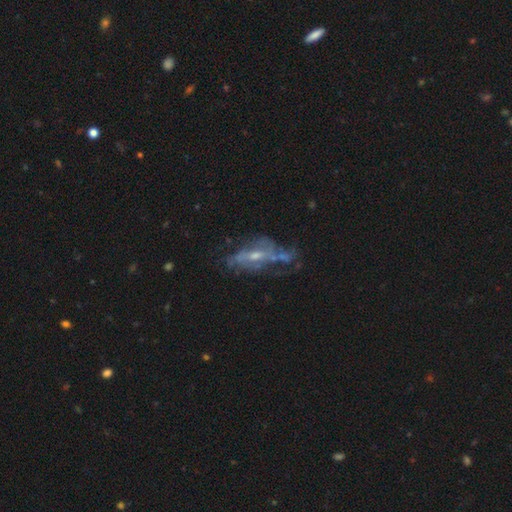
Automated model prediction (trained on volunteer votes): Q: Smooth or featured?
A: featured or disk (71%); runner-up: smooth (18%)
Q: Edge-on disk?
A: no (85%); runner-up: yes (15%)
Q: Bar?
A: no (51%); runner-up: weak (35%)
Q: Spiral arms?
A: yes (50%); tied with: no (50%)
Q: Bulge size?
A: moderate (47%); runner-up: small (44%)
Q: Merging?
A: none (39%); runner-up: major disturbance (28%)